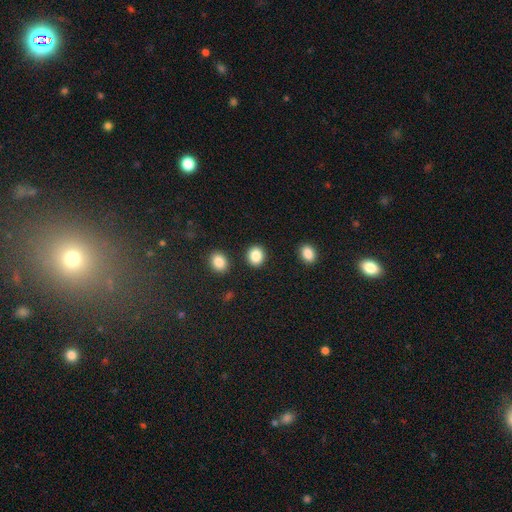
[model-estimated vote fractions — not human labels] A smooth galaxy with no disk features (87%) that is round (72%). Merging: none (87%).